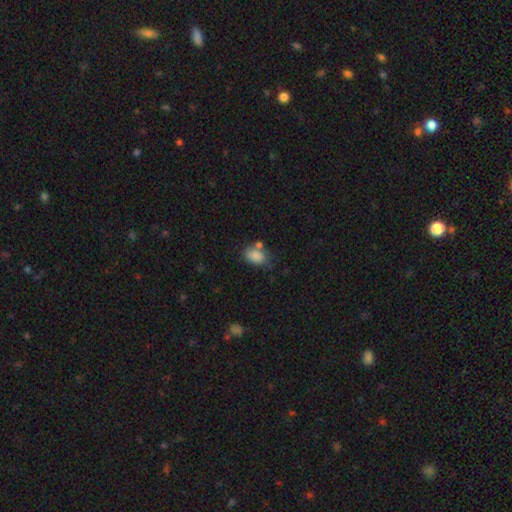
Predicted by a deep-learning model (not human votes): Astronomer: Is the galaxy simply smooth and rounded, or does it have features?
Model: smooth — 85%.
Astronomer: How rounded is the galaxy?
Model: in between — 85%.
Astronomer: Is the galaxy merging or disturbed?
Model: none — 55%.